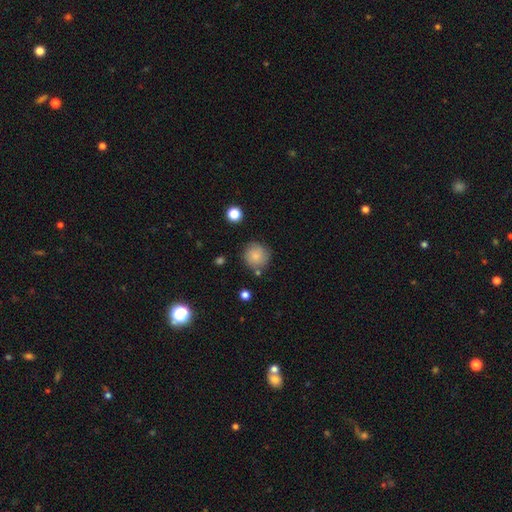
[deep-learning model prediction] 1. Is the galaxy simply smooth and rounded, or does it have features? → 82% smooth, 9% featured or disk, 9% star or artifact.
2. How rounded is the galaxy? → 93% round, 6% in between, 1% cigar-shaped.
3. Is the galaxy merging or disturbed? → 81% none, 12% minor disturbance, 4% merger, 3% major disturbance.